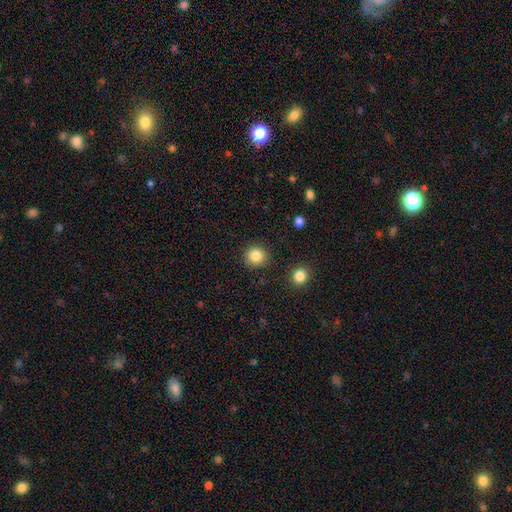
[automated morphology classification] Smooth or featured?
  - smooth: 84% *
  - star or artifact: 11%
  - featured or disk: 6%
How rounded?
  - round: 91% *
  - in between: 8%
  - cigar-shaped: 1%
Merging?
  - none: 89% *
  - minor disturbance: 6%
  - major disturbance: 2%
  - merger: 2%